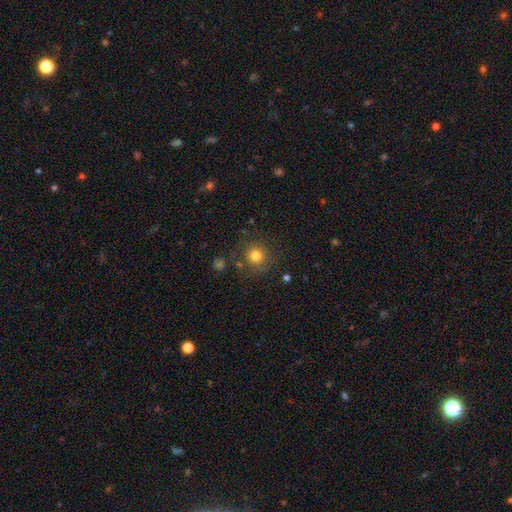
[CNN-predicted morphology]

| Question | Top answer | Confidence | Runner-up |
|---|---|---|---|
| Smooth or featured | smooth | 80% | star or artifact (13%) |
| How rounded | round | 93% | in between (6%) |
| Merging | none | 83% | minor disturbance (9%) |